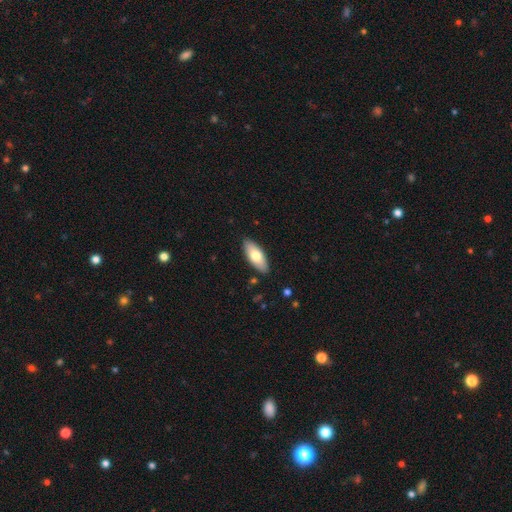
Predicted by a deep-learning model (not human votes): smooth-or-featured: smooth: 71% | featured or disk: 24% | star or artifact: 5%
  how-rounded: in between: 82% | cigar-shaped: 16% | round: 2%
  merging: none: 89% | minor disturbance: 9% | major disturbance: 2% | merger: 1%